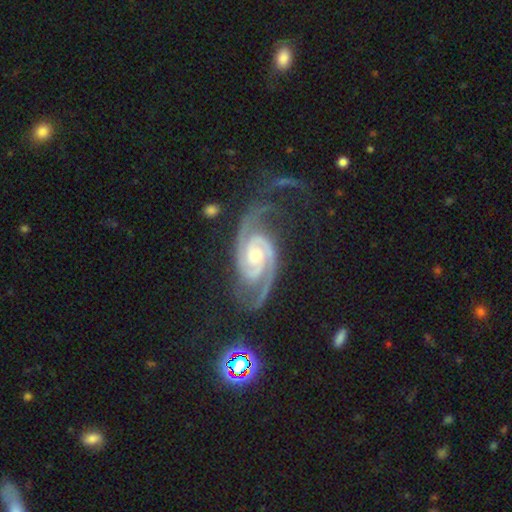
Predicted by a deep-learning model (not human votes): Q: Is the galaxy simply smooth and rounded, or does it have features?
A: featured or disk — 92%.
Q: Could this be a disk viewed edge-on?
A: no — 98%.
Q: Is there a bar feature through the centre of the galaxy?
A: no — 59%.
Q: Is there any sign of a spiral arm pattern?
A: yes — 99%.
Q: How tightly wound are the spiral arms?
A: tight — 51%.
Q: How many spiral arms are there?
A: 2 — 89%.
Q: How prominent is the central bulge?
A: moderate — 51%.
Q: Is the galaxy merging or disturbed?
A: none — 63%.